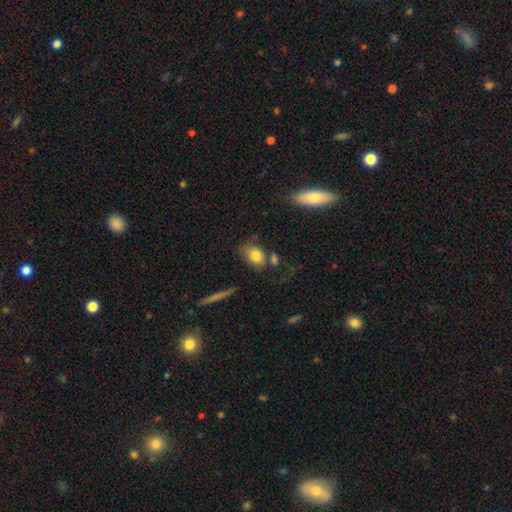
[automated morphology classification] type=smooth (81%); roundness=in between (70%); merging=none (56%).